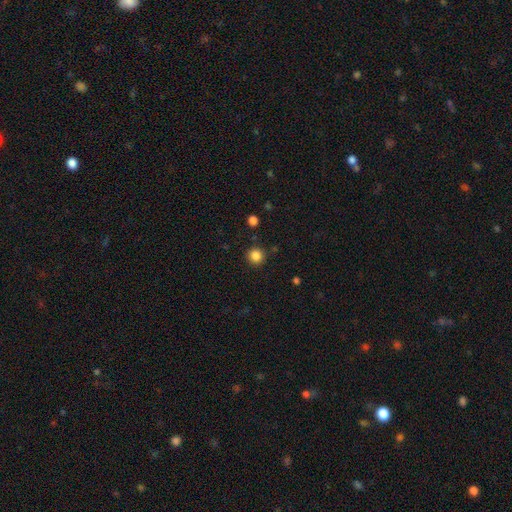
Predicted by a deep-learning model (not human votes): Q: Smooth or featured?
A: smooth (85%); runner-up: star or artifact (11%)
Q: How rounded?
A: round (93%); runner-up: in between (6%)
Q: Merging?
A: none (89%); runner-up: minor disturbance (7%)